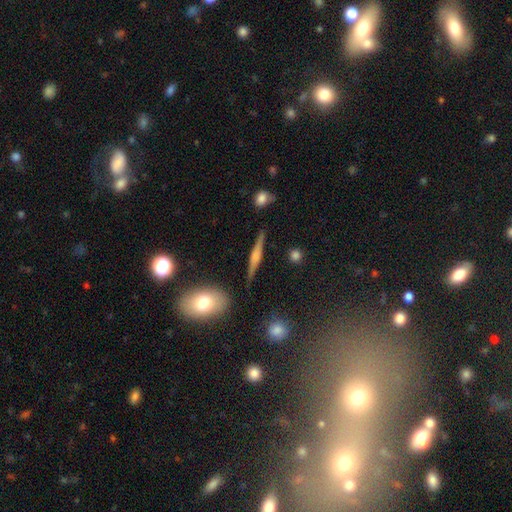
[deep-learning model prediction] Morphology: type=featured or disk (68%); edge-on=yes (97%); edge-on bulge=rounded (66%); merging=none (86%).